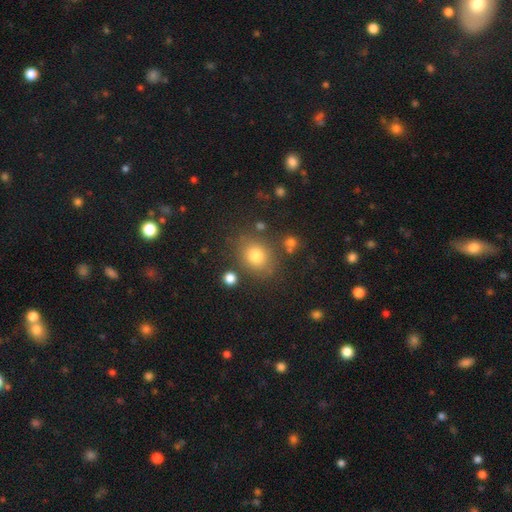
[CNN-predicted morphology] Q: Smooth or featured?
A: smooth (78%); runner-up: star or artifact (14%)
Q: How rounded?
A: round (63%); runner-up: in between (36%)
Q: Merging?
A: none (80%); runner-up: minor disturbance (11%)